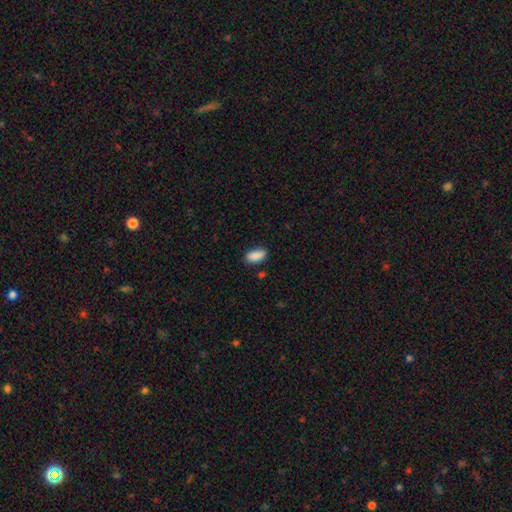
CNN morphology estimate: type=smooth (88%); roundness=in between (87%); merging=none (81%).